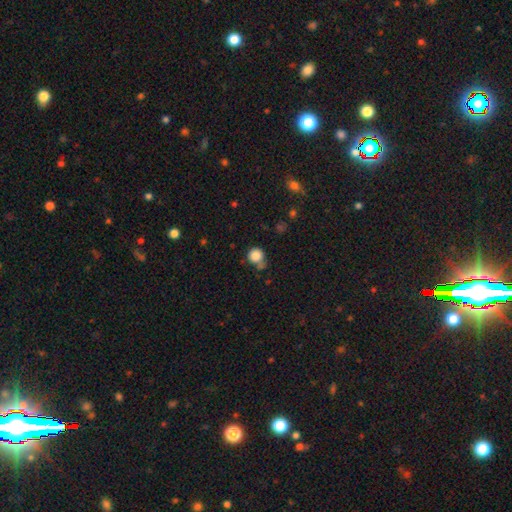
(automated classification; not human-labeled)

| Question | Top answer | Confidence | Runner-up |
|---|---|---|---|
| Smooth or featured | smooth | 85% | star or artifact (10%) |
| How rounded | round | 90% | in between (9%) |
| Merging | none | 61% | minor disturbance (20%) |